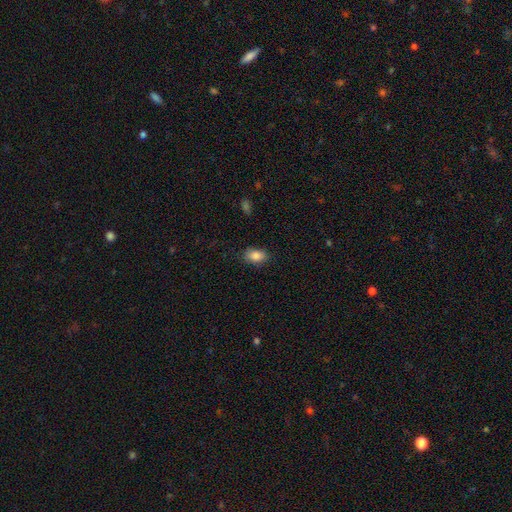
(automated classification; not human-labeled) Smooth or featured?
  - smooth: 86% *
  - star or artifact: 8%
  - featured or disk: 6%
How rounded?
  - in between: 88% *
  - round: 11%
  - cigar-shaped: 2%
Merging?
  - none: 83% *
  - minor disturbance: 13%
  - major disturbance: 3%
  - merger: 1%